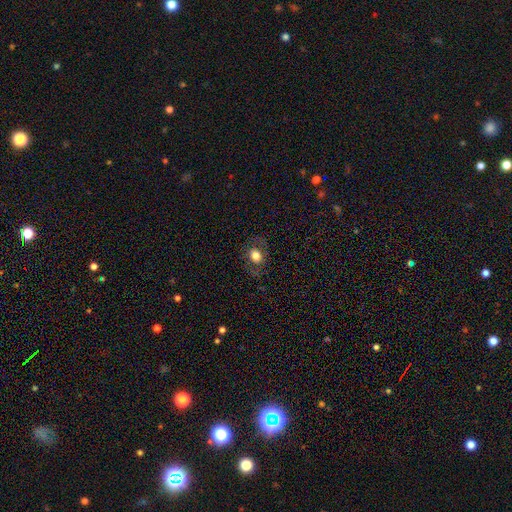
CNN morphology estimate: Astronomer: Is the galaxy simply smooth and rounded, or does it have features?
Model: smooth — 70%.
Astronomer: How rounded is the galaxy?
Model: in between — 55% (runner-up: round, 44%).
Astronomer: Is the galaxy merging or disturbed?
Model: none — 80%.